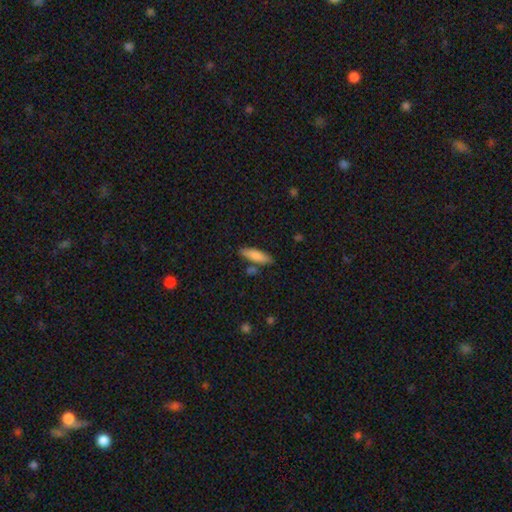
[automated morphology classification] A smooth galaxy with no disk features (83%) that is cigar-shaped (56%). Merging: none (77%).